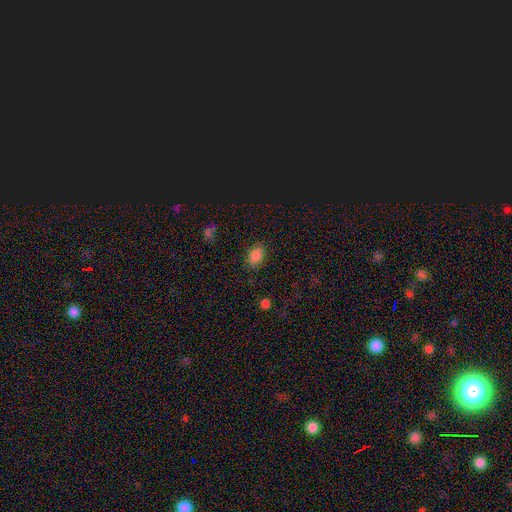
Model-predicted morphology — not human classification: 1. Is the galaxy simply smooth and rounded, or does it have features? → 82% smooth, 13% star or artifact, 5% featured or disk.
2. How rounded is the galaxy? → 80% in between, 18% round, 1% cigar-shaped.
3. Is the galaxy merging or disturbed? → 82% none, 13% minor disturbance, 4% major disturbance, 2% merger.